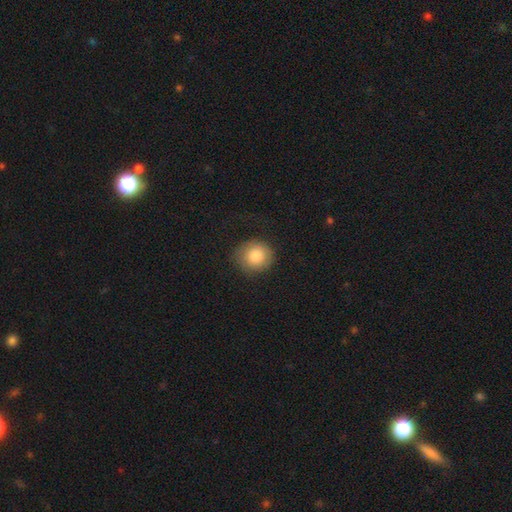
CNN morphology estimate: smooth_or_featured: smooth (p=0.84) [alt: featured or disk p=0.08]
how_rounded: round (p=0.84) [alt: in between p=0.15]
merging: none (p=0.79) [alt: minor disturbance p=0.15]